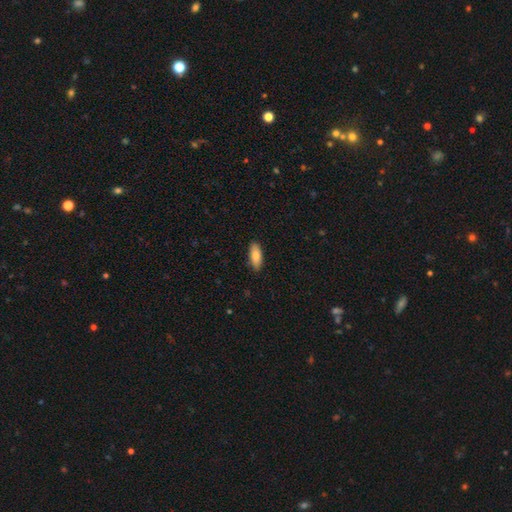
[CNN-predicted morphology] Smooth or featured? smooth (83%)
How rounded? in between (76%)
Merging? none (88%)